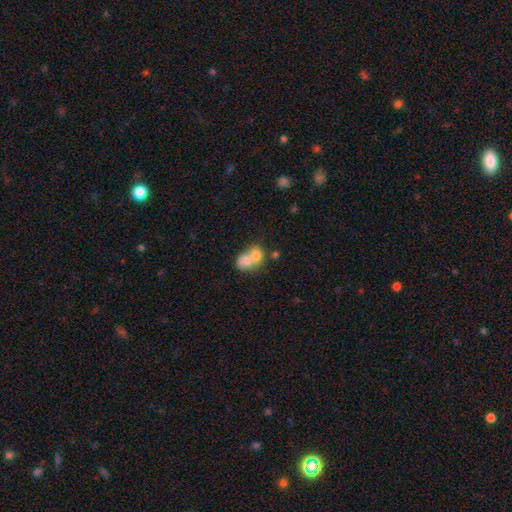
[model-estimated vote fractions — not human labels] Q: Smooth or featured?
A: smooth (69%); runner-up: featured or disk (23%)
Q: How rounded?
A: round (52%); runner-up: in between (47%)
Q: Merging?
A: merger (73%); runner-up: none (17%)